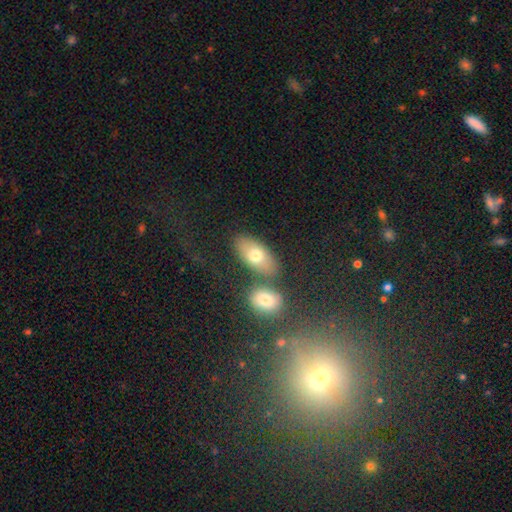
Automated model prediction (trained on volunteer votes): Q: Smooth or featured?
A: smooth (73%); runner-up: featured or disk (19%)
Q: How rounded?
A: in between (88%); runner-up: round (7%)
Q: Merging?
A: none (66%); runner-up: merger (19%)